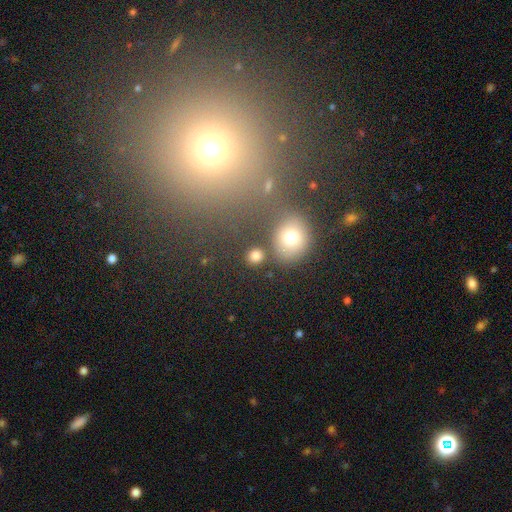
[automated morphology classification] This appears to be a smooth galaxy with no disk features (80%) that is round (82%). Merging: none (80%).